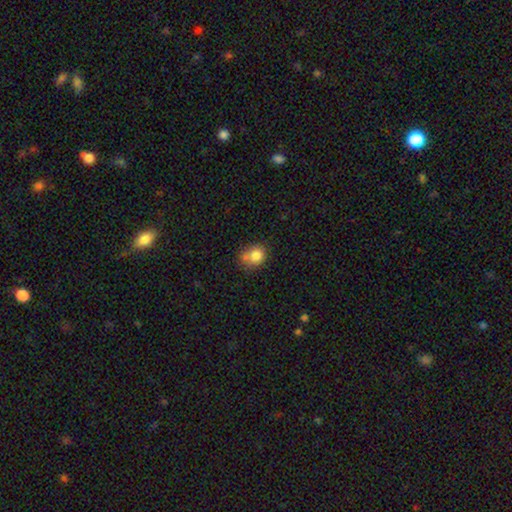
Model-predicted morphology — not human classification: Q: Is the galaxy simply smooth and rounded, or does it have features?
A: smooth — 80%.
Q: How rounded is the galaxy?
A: round — 64%.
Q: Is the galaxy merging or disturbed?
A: none — 49%.